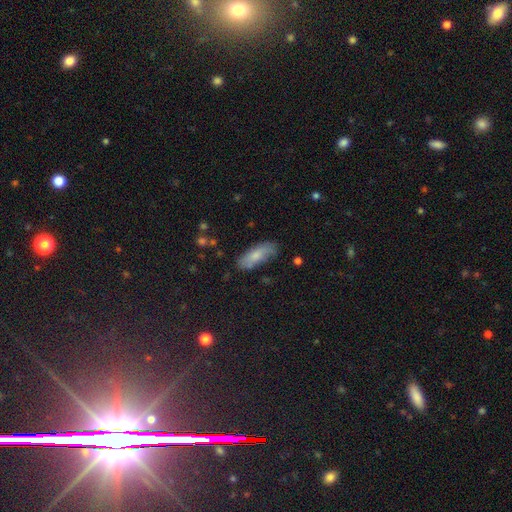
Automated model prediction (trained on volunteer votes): Morphology: type=smooth (75%); roundness=in between (69%); merging=none (72%).